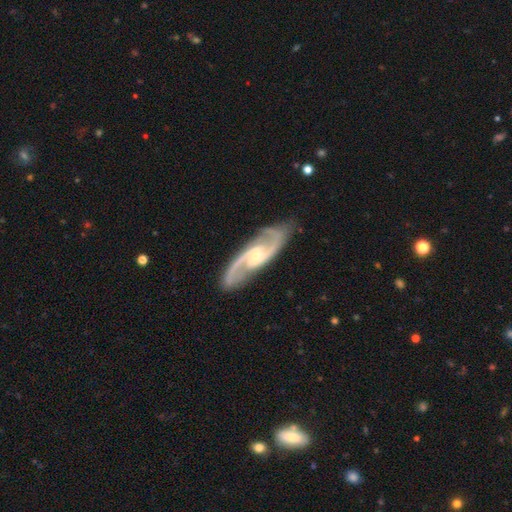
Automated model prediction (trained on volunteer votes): smooth_or_featured: featured or disk (p=0.92) [alt: smooth p=0.04]
disk_edge_on: no (p=0.95) [alt: yes p=0.05]
bar: weak (p=0.48) [alt: no p=0.34]
has_spiral_arms: yes (p=0.98) [alt: no p=0.02]
spiral_winding: medium (p=0.59) [alt: loose p=0.25]
spiral_arm_count: 2 (p=0.93) [alt: can't tell p=0.02]
bulge_size: small (p=0.46) [alt: moderate p=0.36]
merging: none (p=0.84) [alt: minor disturbance p=0.11]